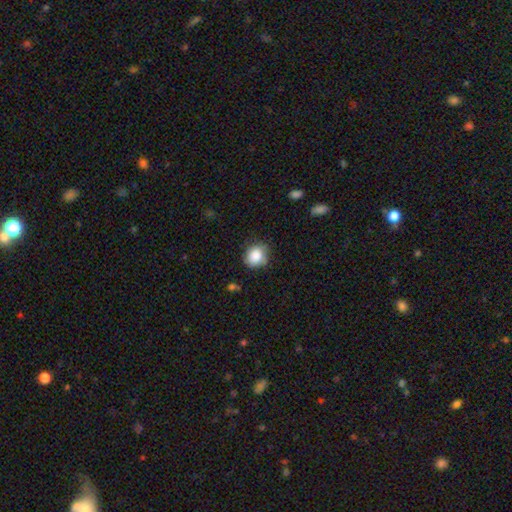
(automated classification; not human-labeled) A smooth galaxy with no disk features (85%) that is round (72%).

Vote fractions:
- Smooth or featured? smooth: 85% / star or artifact: 8% / featured or disk: 6%
- How rounded? round: 72% / in between: 27% / cigar-shaped: 1%
- Merging? none: 71% / minor disturbance: 22% / major disturbance: 5% / merger: 2%